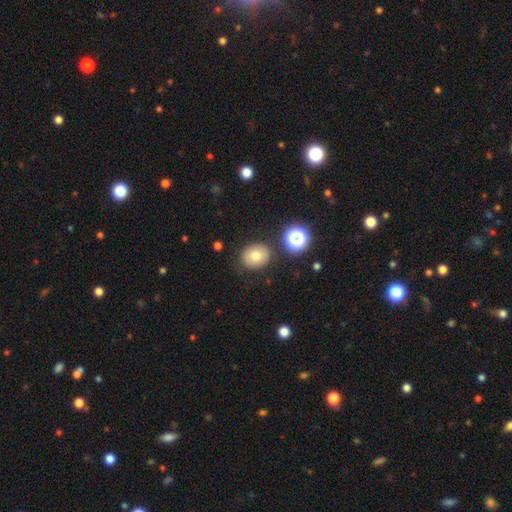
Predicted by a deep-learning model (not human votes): A smooth galaxy with no disk features (75%) that is round (65%). Merging: none (84%).